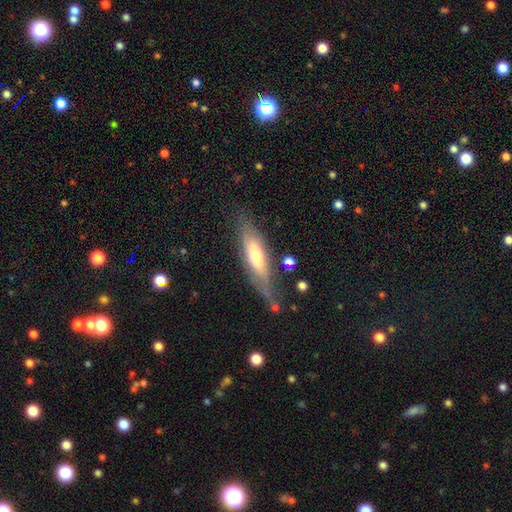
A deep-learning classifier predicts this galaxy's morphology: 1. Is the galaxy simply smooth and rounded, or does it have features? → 47% smooth, 46% featured or disk, 7% star or artifact.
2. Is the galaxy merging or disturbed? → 65% none, 22% minor disturbance, 9% major disturbance, 4% merger.